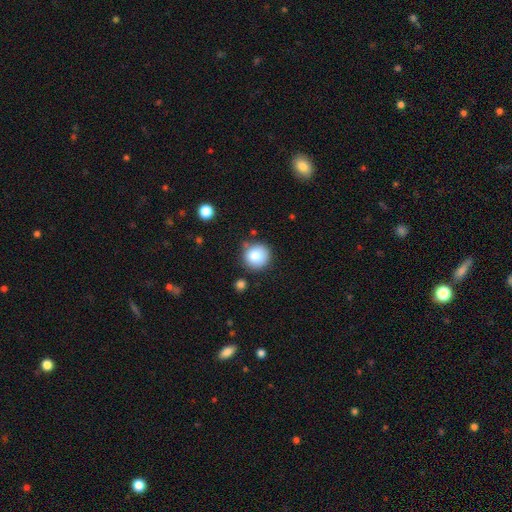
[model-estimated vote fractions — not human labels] Q: Smooth or featured?
A: smooth (86%); runner-up: star or artifact (9%)
Q: How rounded?
A: round (91%); runner-up: in between (8%)
Q: Merging?
A: none (78%); runner-up: minor disturbance (13%)